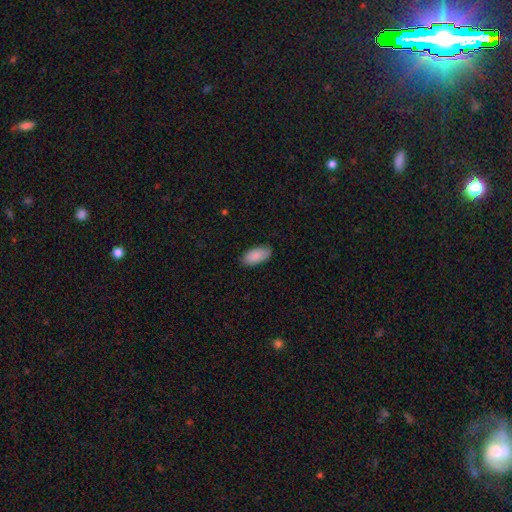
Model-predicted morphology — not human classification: smooth_or_featured: smooth (p=0.89) [alt: star or artifact p=0.06]
how_rounded: in between (p=0.93) [alt: cigar-shaped p=0.05]
merging: none (p=0.84) [alt: minor disturbance p=0.12]